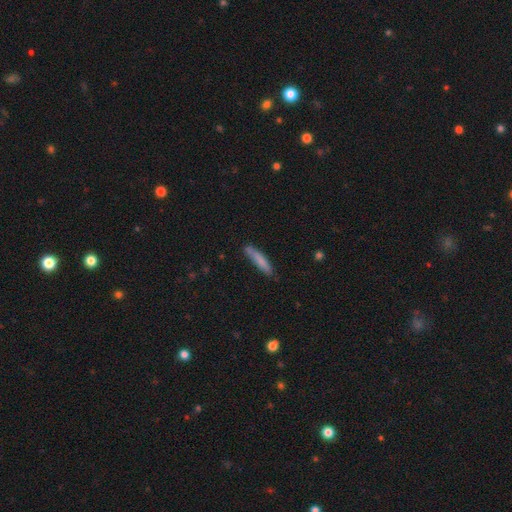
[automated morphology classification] Smooth or featured: smooth — 76% (featured or disk — 16%)
How rounded: cigar-shaped — 92% (in between — 7%)
Merging: none — 79% (minor disturbance — 16%)